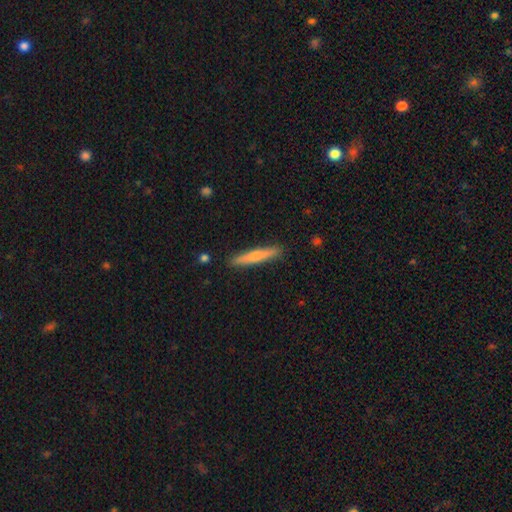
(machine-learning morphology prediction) The model was most divided on "smooth or featured": smooth: 47%, featured or disk: 45%, star or artifact: 8%. More confident: merging — none (89%).